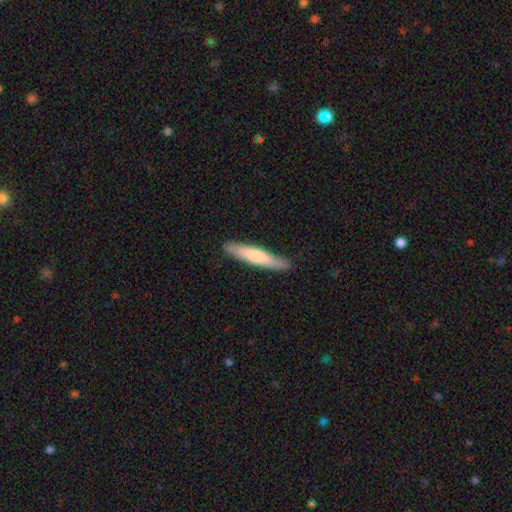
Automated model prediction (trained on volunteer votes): Morphology: type=smooth (66%); roundness=cigar-shaped (90%); merging=none (87%).